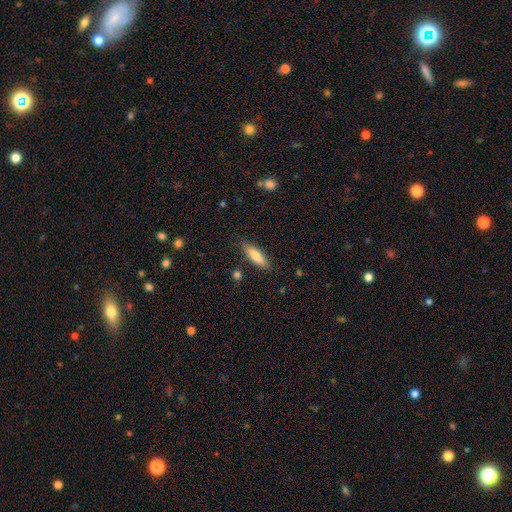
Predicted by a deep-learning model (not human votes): smooth 78%, featured or disk 16%, star or artifact 6%. Down the decision tree: how rounded — cigar-shaped (55%); merging — none (83%).